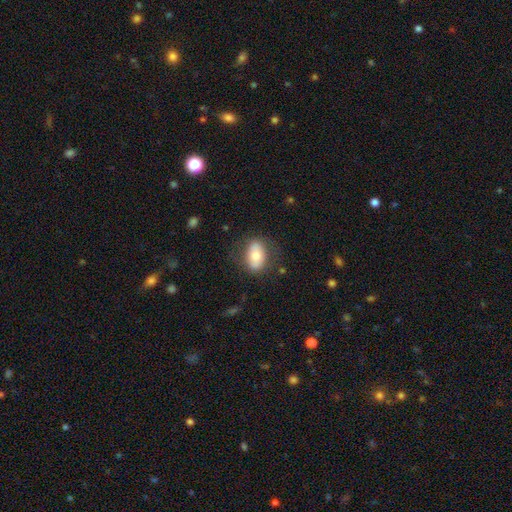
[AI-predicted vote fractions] smooth-or-featured: smooth: 68% | featured or disk: 26% | star or artifact: 7%
  how-rounded: in between: 85% | round: 13% | cigar-shaped: 2%
  merging: none: 74% | minor disturbance: 17% | major disturbance: 7% | merger: 2%